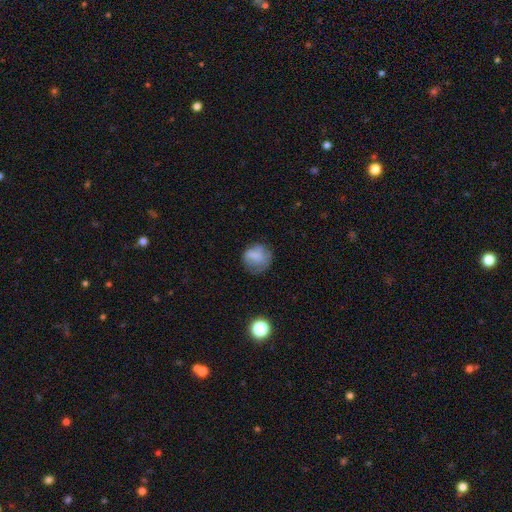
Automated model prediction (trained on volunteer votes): This appears to be a smooth galaxy with no disk features (72%) that is round (77%). Merging: none (58%).